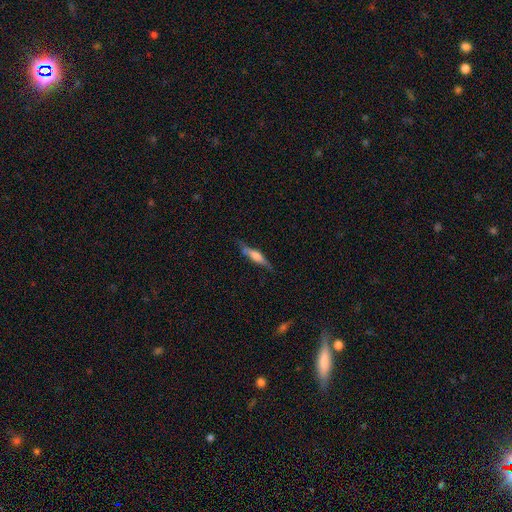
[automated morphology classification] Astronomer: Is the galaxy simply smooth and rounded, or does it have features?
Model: featured or disk — 52% (runner-up: smooth, 41%).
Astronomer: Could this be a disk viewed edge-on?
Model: yes — 93%.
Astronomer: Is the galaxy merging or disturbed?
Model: none — 78%.